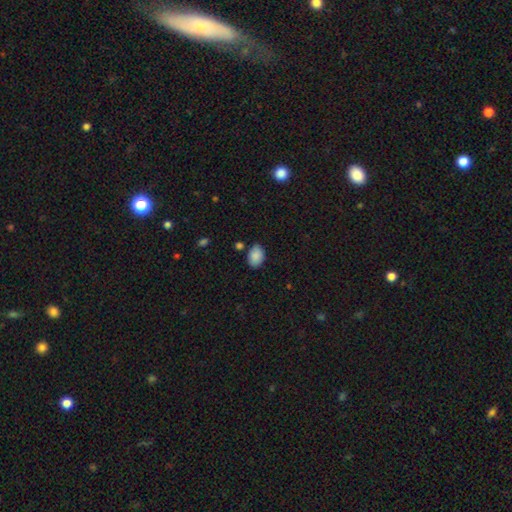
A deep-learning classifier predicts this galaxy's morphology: Q: Smooth or featured?
A: smooth (88%); runner-up: star or artifact (7%)
Q: How rounded?
A: in between (83%); runner-up: round (16%)
Q: Merging?
A: none (77%); runner-up: minor disturbance (15%)